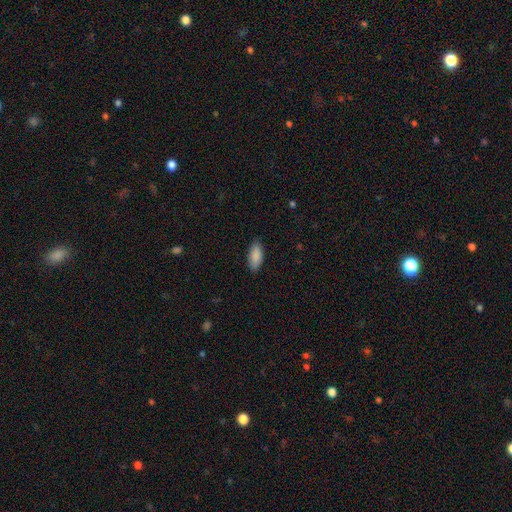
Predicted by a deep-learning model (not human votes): Overall: smooth (89%). How rounded: in between (89%). Merging: none (86%).